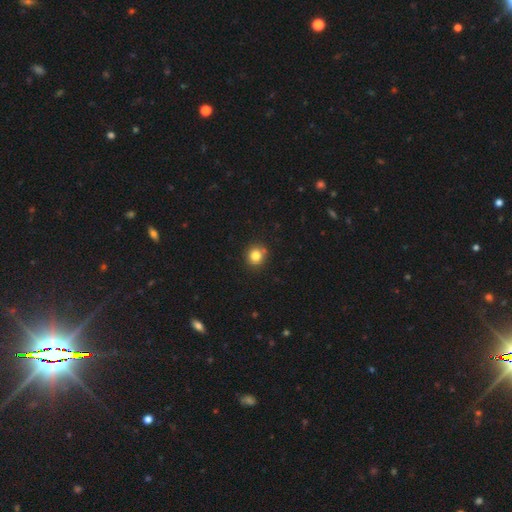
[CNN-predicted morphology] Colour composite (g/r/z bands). It shows a smooth galaxy with no disk features (82%) that is round (88%). Merging: none (84%).